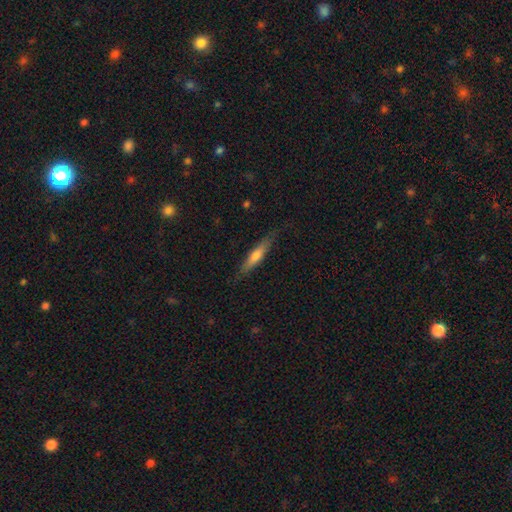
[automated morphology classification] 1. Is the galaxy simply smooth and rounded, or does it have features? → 56% smooth, 38% featured or disk, 6% star or artifact.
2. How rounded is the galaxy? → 85% cigar-shaped, 14% in between, 2% round.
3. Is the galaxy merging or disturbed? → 79% none, 16% minor disturbance, 4% major disturbance, 1% merger.